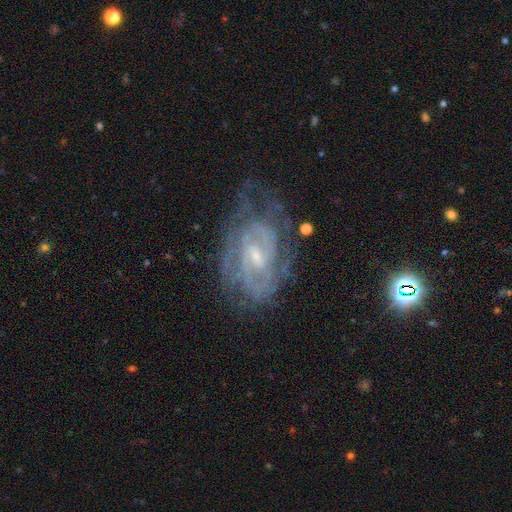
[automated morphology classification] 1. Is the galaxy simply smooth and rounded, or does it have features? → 85% featured or disk, 8% smooth, 8% star or artifact.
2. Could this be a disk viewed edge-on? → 96% no, 4% yes.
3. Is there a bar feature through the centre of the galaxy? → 56% weak, 28% no, 15% strong.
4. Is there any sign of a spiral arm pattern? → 92% yes, 8% no.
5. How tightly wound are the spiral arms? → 60% tight, 33% medium, 7% loose.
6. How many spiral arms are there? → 37% can't tell, 35% 2, 14% 3, 6% 4, 4% 1, 4% more than 4.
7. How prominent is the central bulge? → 60% small, 29% moderate, 8% none, 2% large, 1% dominant.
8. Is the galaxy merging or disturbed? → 59% none, 24% minor disturbance, 15% major disturbance, 2% merger.